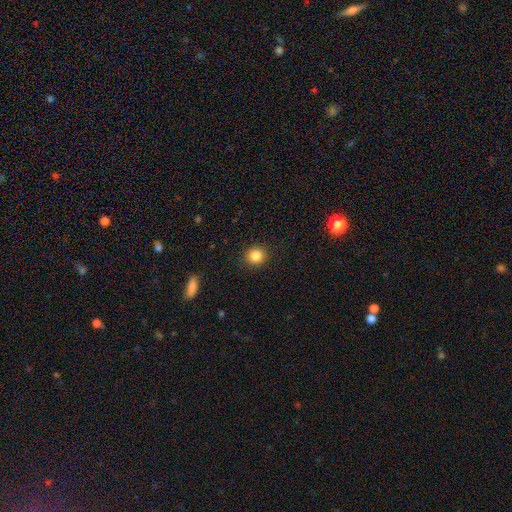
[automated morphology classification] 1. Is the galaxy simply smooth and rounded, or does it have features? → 85% smooth, 11% star or artifact, 5% featured or disk.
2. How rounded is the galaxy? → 89% round, 10% in between, 1% cigar-shaped.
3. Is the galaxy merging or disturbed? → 90% none, 7% minor disturbance, 2% major disturbance, 1% merger.